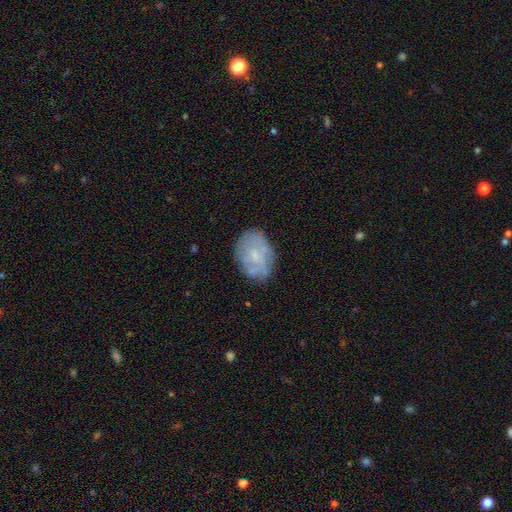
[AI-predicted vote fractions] Smooth or featured? Predicted: featured or disk (p=0.47). Merging? Predicted: none (p=0.69).